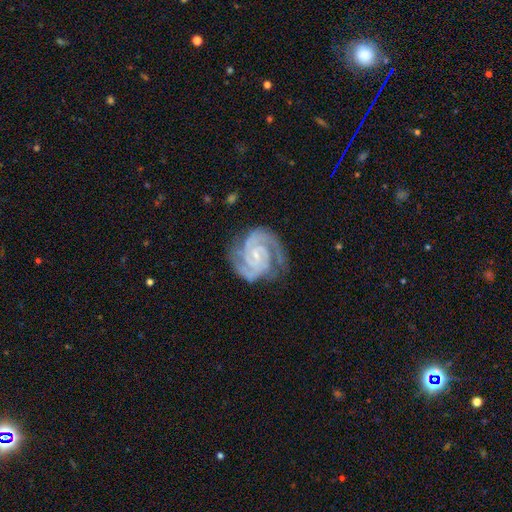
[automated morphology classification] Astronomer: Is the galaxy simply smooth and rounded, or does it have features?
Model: featured or disk — 93%.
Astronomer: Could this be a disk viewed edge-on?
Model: no — 98%.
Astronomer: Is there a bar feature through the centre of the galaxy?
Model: no — 47% (runner-up: weak, 38%).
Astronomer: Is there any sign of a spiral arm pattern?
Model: yes — 99%.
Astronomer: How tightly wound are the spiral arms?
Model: tight — 69%.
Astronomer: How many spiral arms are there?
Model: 2 — 72%.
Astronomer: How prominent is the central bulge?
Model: small — 73%.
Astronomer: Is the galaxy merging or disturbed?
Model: none — 75%.